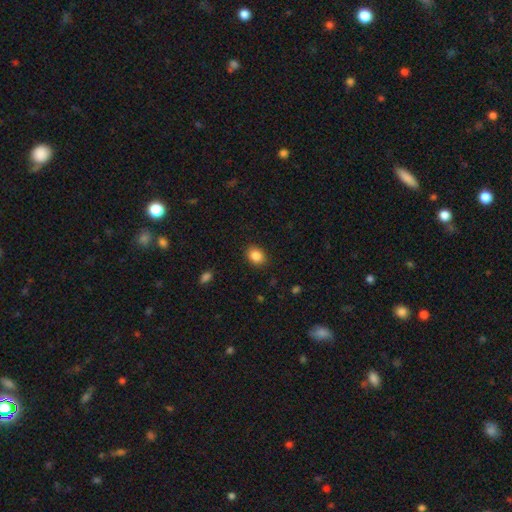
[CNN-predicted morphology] This appears to be a smooth galaxy with no disk features (87%) that is in between round and cigar-shaped (57%). Merging: none (88%).